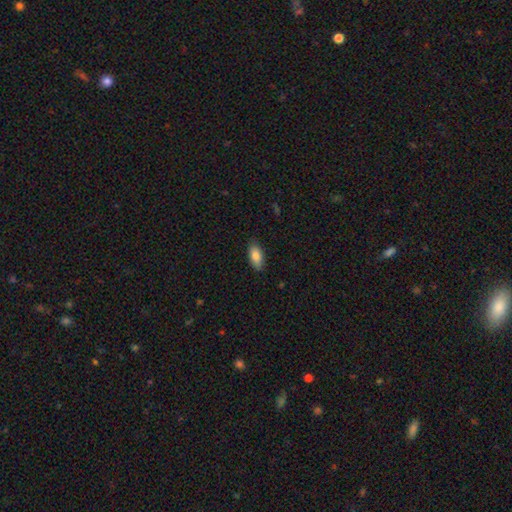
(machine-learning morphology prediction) smooth_or_featured: smooth (p=0.84) [alt: featured or disk p=0.10]
how_rounded: in between (p=0.88) [alt: cigar-shaped p=0.09]
merging: none (p=0.86) [alt: minor disturbance p=0.11]